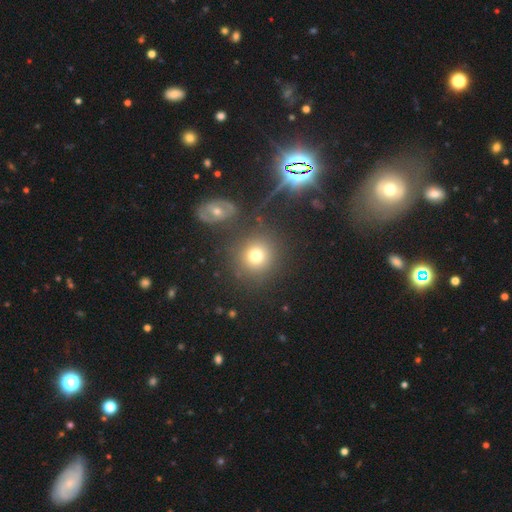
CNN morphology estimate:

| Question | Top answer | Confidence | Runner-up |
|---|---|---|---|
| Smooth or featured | smooth | 73% | star or artifact (15%) |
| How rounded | round | 88% | in between (11%) |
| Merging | none | 77% | minor disturbance (9%) |